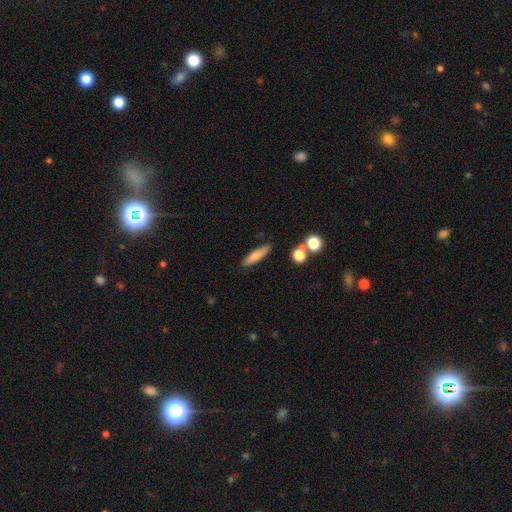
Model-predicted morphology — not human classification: type=smooth (78%); roundness=cigar-shaped (73%); merging=none (82%).